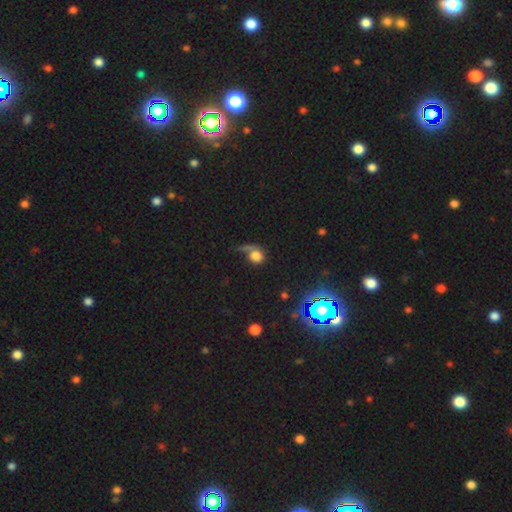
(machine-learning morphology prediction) A smooth galaxy with no disk features (68%) that is round (77%). Merging: none (38%).